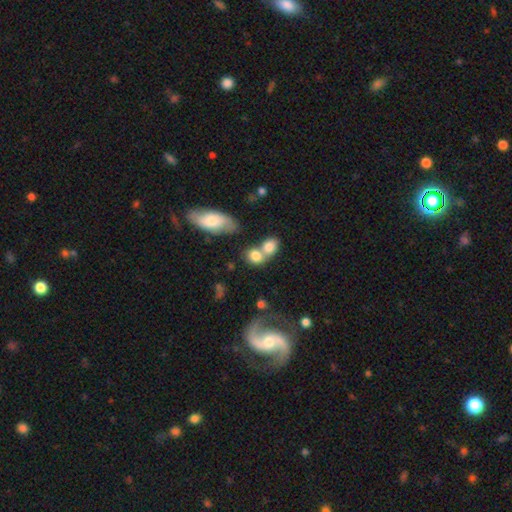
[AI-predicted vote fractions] The model was most divided on "how rounded": round: 51%, in between: 47%, cigar-shaped: 2%. More confident: smooth or featured — smooth (77%); merging — merger (58%).